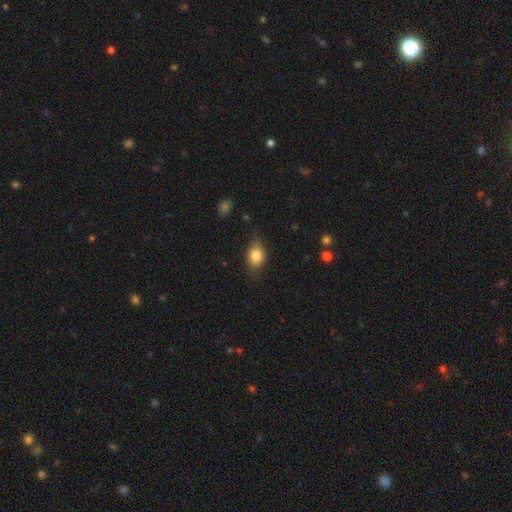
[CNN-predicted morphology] smooth-or-featured: smooth: 81% | featured or disk: 11% | star or artifact: 8%
  how-rounded: in between: 70% | round: 27% | cigar-shaped: 3%
  merging: none: 69% | minor disturbance: 24% | major disturbance: 6% | merger: 1%